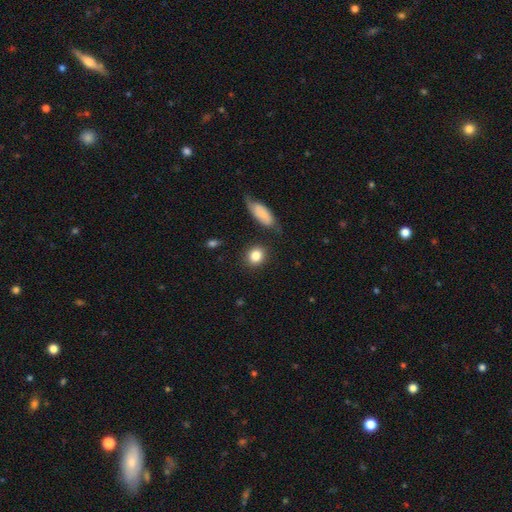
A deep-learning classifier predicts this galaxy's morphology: smooth_or_featured: smooth (p=0.84) [alt: star or artifact p=0.09]
how_rounded: round (p=0.73) [alt: in between p=0.25]
merging: none (p=0.82) [alt: minor disturbance p=0.10]